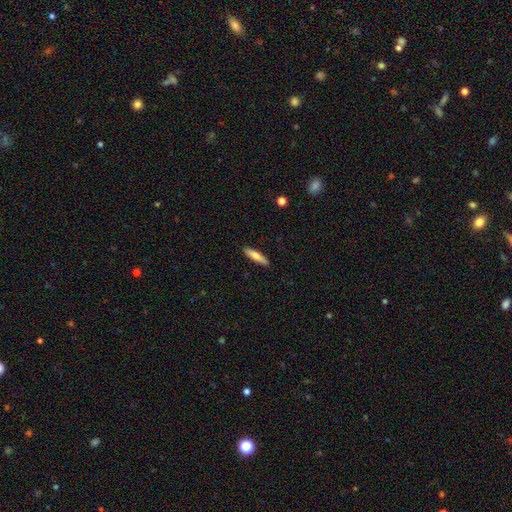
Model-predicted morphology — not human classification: A smooth galaxy with no disk features (72%) that is cigar-shaped (78%). Merging: none (90%).